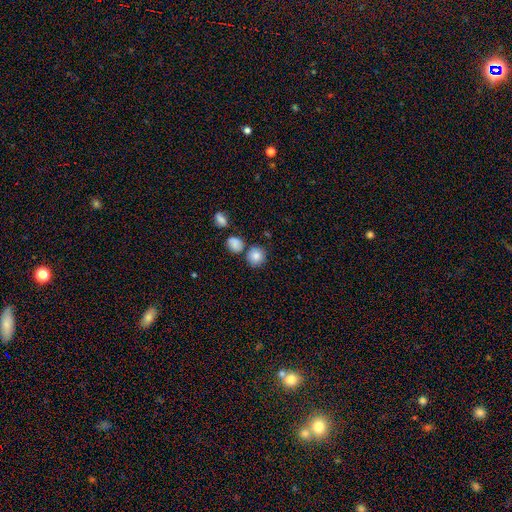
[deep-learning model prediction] This appears to be a smooth galaxy with no disk features (83%) that is round (87%). Merging: none (72%).